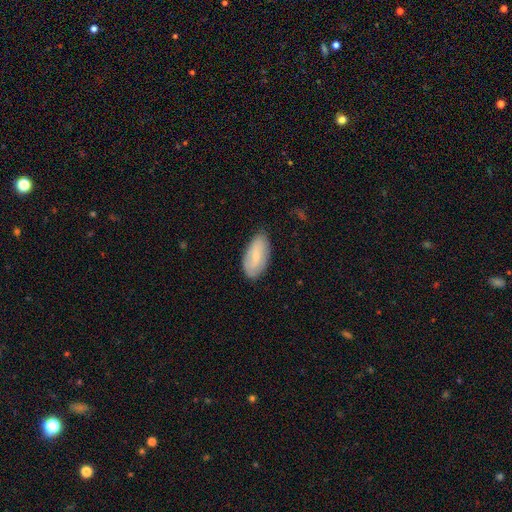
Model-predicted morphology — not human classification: This appears to be a smooth galaxy with no disk features (62%) that is in between round and cigar-shaped (92%). Merging: none (75%).